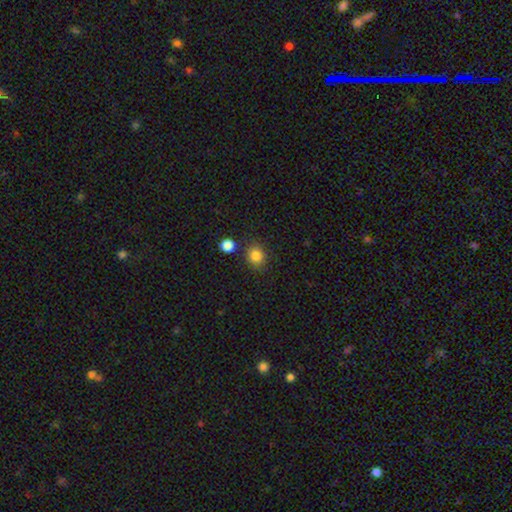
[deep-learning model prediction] A smooth galaxy with no disk features (84%) that is round (73%).

Vote fractions:
- Smooth or featured? smooth: 84% / star or artifact: 11% / featured or disk: 5%
- How rounded? round: 73% / in between: 26% / cigar-shaped: 1%
- Merging? none: 81% / minor disturbance: 10% / merger: 7% / major disturbance: 3%